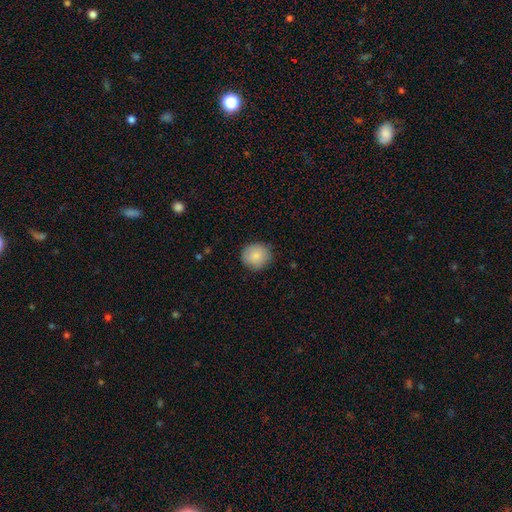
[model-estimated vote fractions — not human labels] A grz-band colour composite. It shows a smooth galaxy with no disk features (87%) that is round (88%). Merging: none (86%).